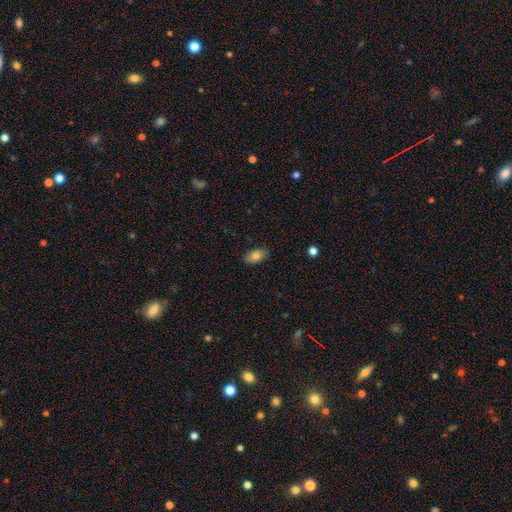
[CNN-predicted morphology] A smooth galaxy with no disk features (79%) that is in between round and cigar-shaped (91%). Merging: none (86%).